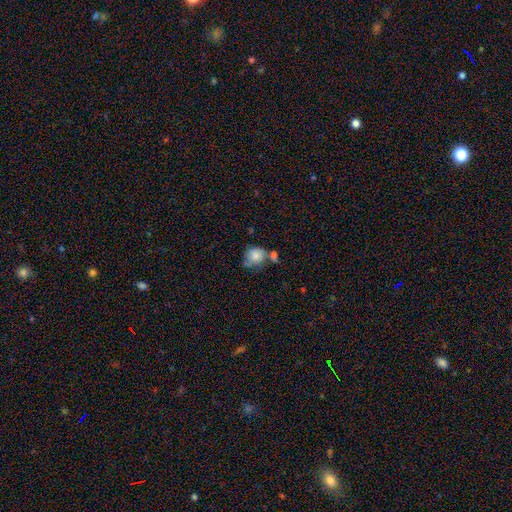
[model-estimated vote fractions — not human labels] Smooth or featured: smooth — 72% (featured or disk — 20%)
How rounded: round — 68% (in between — 31%)
Merging: none — 34% (merger — 31%)